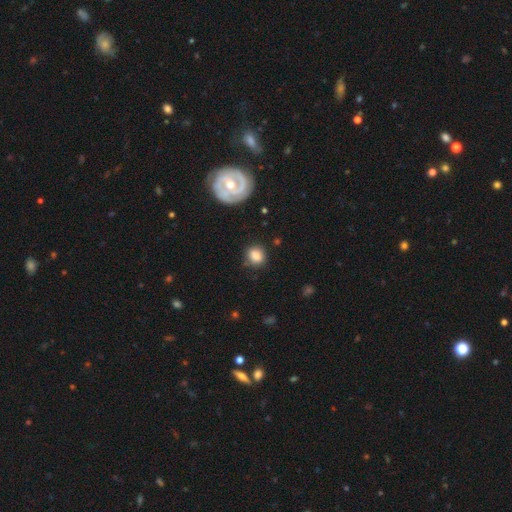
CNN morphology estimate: This appears to be a smooth galaxy with no disk features (79%) that is round (68%). Merging: none (77%).